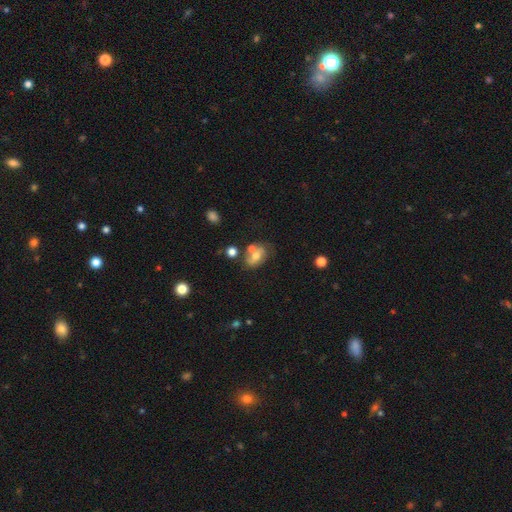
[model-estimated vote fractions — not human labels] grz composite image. It shows a smooth galaxy with no disk features (51%) that is in between round and cigar-shaped (77%). Merging: none (45%).